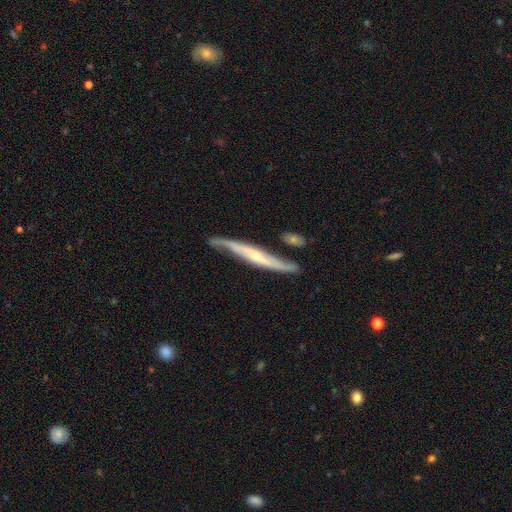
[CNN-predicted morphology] Smooth or featured? featured or disk (76%)
Edge-on disk? yes (72%)
Edge-on bulge? rounded (52%)
Merging? none (62%)